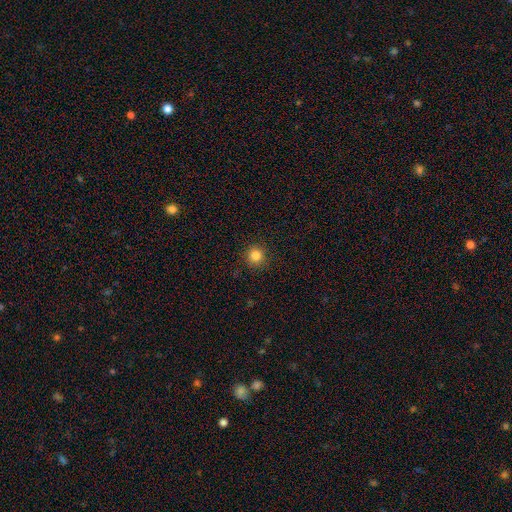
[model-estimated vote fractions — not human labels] This appears to be a smooth galaxy with no disk features (83%) that is round (95%). Merging: none (91%).